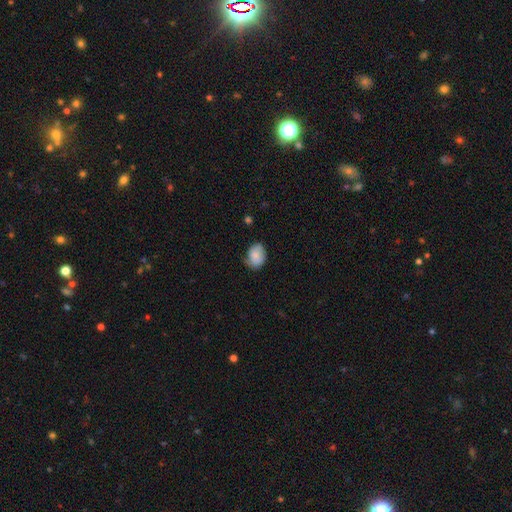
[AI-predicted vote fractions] Smooth or featured?
  - smooth: 79% *
  - featured or disk: 14%
  - star or artifact: 7%
How rounded?
  - in between: 66% *
  - round: 33%
  - cigar-shaped: 1%
Merging?
  - none: 60% *
  - minor disturbance: 32%
  - major disturbance: 7%
  - merger: 1%